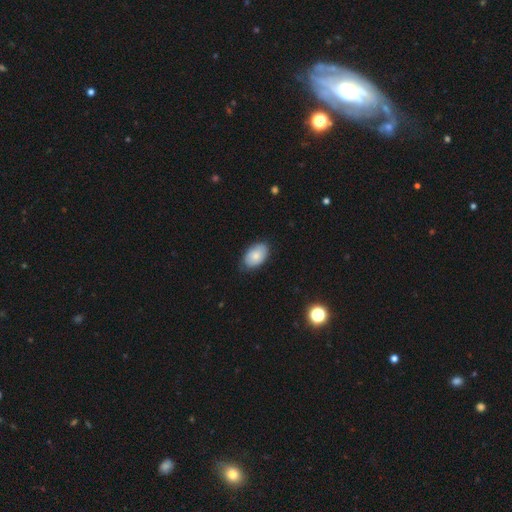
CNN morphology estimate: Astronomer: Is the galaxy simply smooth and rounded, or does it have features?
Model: smooth — 77%.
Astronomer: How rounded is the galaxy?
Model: in between — 91%.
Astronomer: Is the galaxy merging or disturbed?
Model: none — 78%.